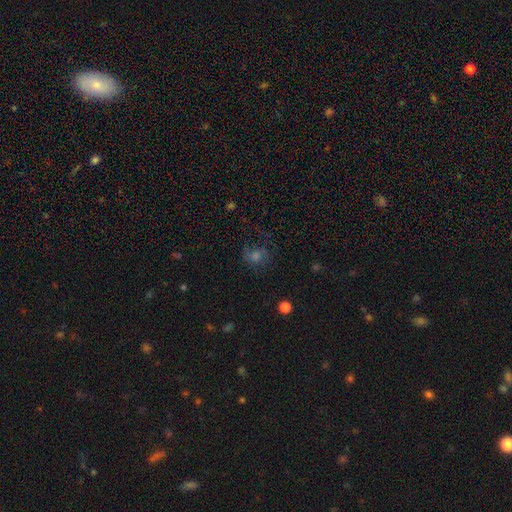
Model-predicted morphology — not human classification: A smooth galaxy with no disk features (40%). Merging: none (60%).